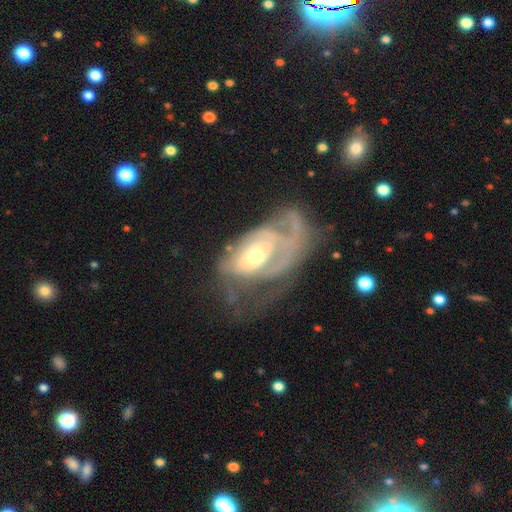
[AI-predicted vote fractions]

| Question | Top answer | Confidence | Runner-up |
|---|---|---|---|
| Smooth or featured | featured or disk | 77% | smooth (16%) |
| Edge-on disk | no | 95% | yes (5%) |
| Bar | no | 65% | weak (28%) |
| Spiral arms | yes | 74% | no (26%) |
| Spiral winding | tight | 49% | medium (33%) |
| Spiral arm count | can't tell | 43% | 1 (24%) |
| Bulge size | moderate | 53% | small (37%) |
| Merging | major disturbance | 45% | none (30%) |